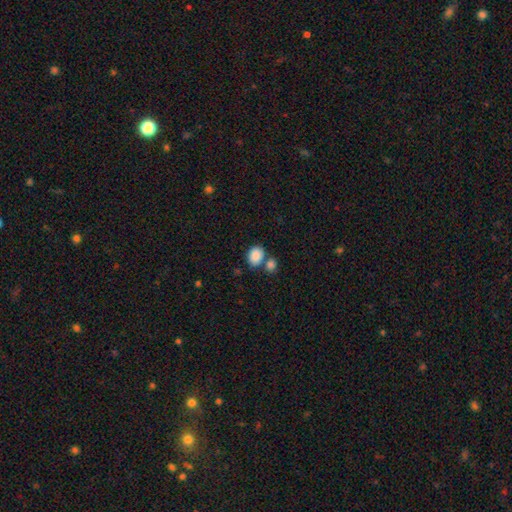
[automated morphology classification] Smooth or featured? Predicted: smooth (p=0.87). How rounded? Predicted: in between (p=0.64). Merging? Predicted: none (p=0.55).